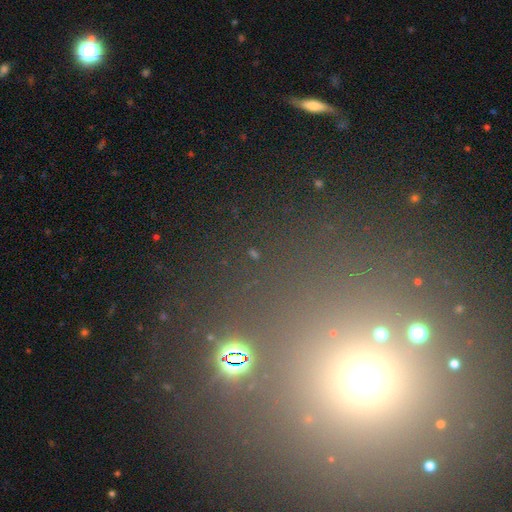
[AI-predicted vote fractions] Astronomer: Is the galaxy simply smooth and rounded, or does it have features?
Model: star or artifact — 65%.